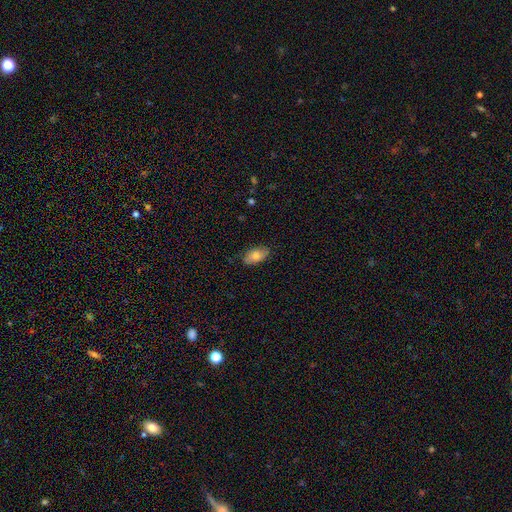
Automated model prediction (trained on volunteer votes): Overall: smooth (76%). How rounded: in between (93%). Merging: none (80%).